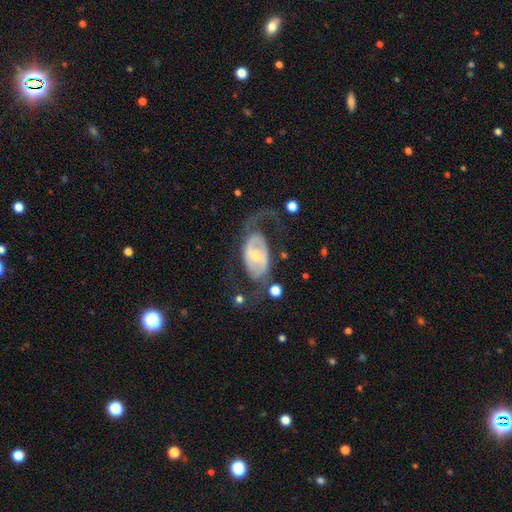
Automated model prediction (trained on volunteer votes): smooth-or-featured: featured or disk: 79% | smooth: 16% | star or artifact: 5%
  disk-edge-on: no: 94% | yes: 6%
    bar: weak: 38% | no: 36% | strong: 26%
    has-spiral-arms: yes: 75% | no: 25%
      spiral-winding: loose: 42% | medium: 39% | tight: 19%
      spiral-arm-count: 2: 77% | can't tell: 11% | 1: 9% | 3: 2% | 4: 1% | more than 4: 1%
    bulge-size: small: 47% | moderate: 46% | large: 3% | none: 2% | dominant: 1%
  merging: none: 46% | major disturbance: 33% | minor disturbance: 17% | merger: 4%